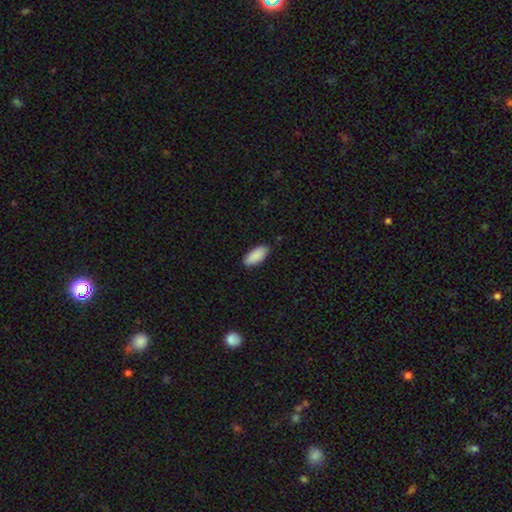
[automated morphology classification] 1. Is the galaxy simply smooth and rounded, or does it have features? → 90% smooth, 6% star or artifact, 4% featured or disk.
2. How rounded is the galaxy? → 91% in between, 7% cigar-shaped, 2% round.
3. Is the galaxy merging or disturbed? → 87% none, 10% minor disturbance, 2% major disturbance, 1% merger.